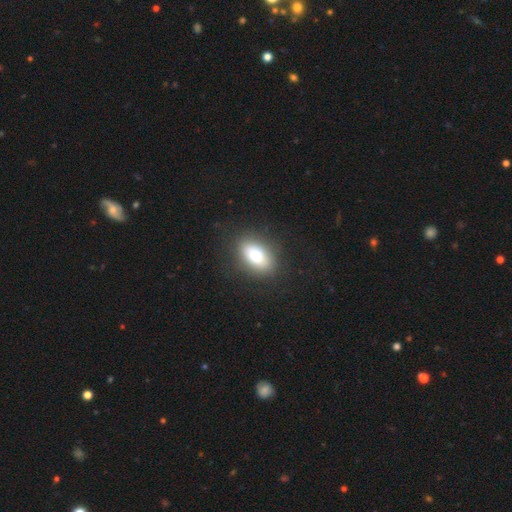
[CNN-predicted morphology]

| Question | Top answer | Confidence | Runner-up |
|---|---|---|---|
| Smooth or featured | smooth | 77% | featured or disk (15%) |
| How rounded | in between | 86% | round (10%) |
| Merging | none | 85% | minor disturbance (10%) |